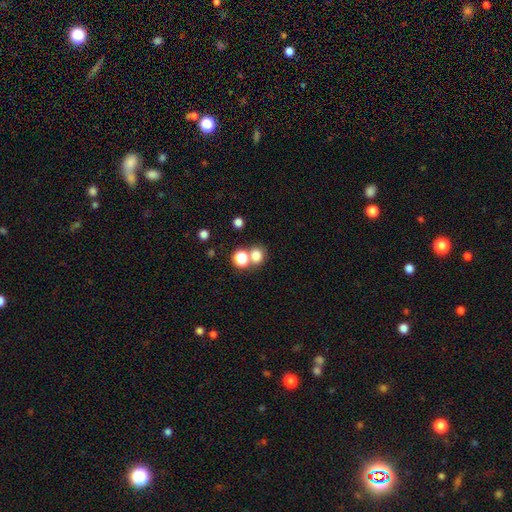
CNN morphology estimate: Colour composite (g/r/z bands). It shows a smooth galaxy with no disk features (77%) that is round (74%). Merging: none (56%).